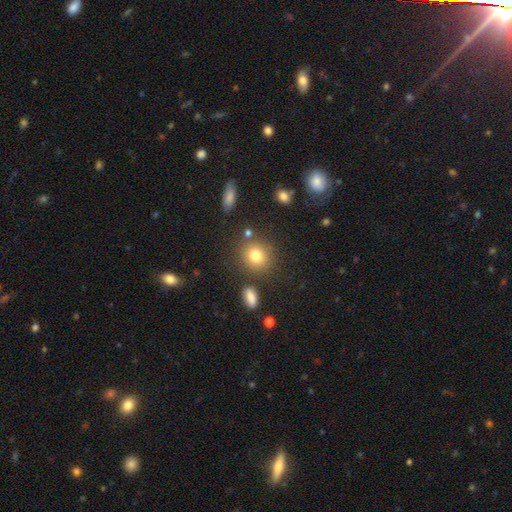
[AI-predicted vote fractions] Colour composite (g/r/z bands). It shows a smooth galaxy with no disk features (80%) that is round (81%). Merging: none (79%).